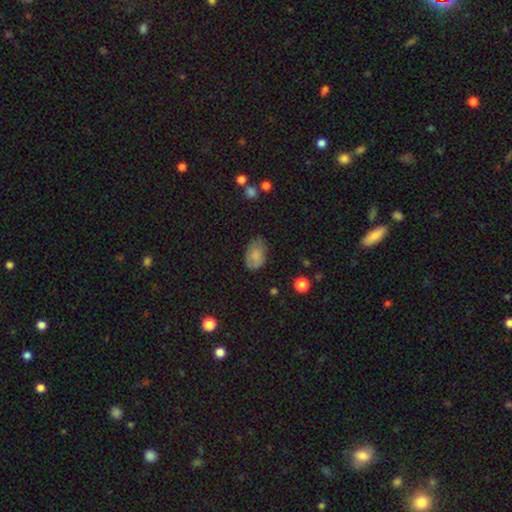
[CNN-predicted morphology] Q: Smooth or featured?
A: smooth (78%); runner-up: featured or disk (13%)
Q: How rounded?
A: in between (89%); runner-up: round (9%)
Q: Merging?
A: none (65%); runner-up: minor disturbance (26%)